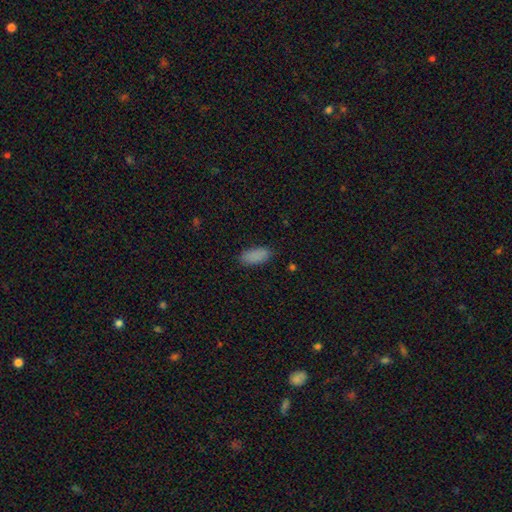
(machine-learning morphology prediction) Smooth or featured? Predicted: smooth (p=0.87). How rounded? Predicted: in between (p=0.88). Merging? Predicted: none (p=0.82).